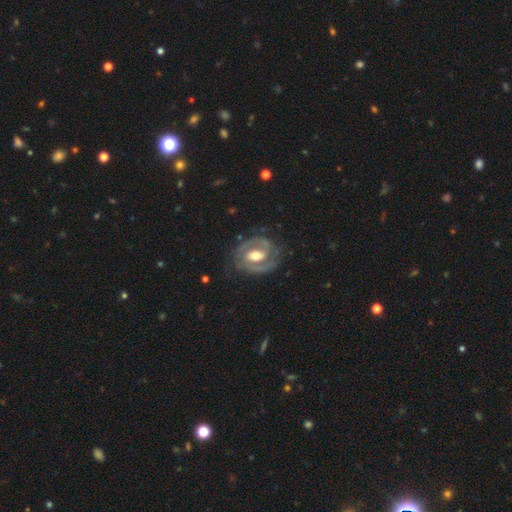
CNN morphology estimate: A featured or disk galaxy (89%) with a weak bar (42%), 2 (87%) tight (53%) spiral arms (95%) and a moderate central bulge (72%). Merging: none (77%).